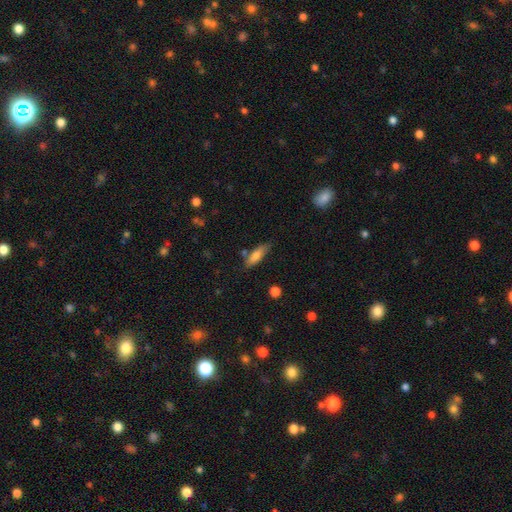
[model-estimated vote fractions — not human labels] smooth-or-featured: smooth: 78% | featured or disk: 15% | star or artifact: 7%
  how-rounded: in between: 55% | cigar-shaped: 43% | round: 2%
  merging: none: 70% | minor disturbance: 19% | merger: 6% | major disturbance: 4%